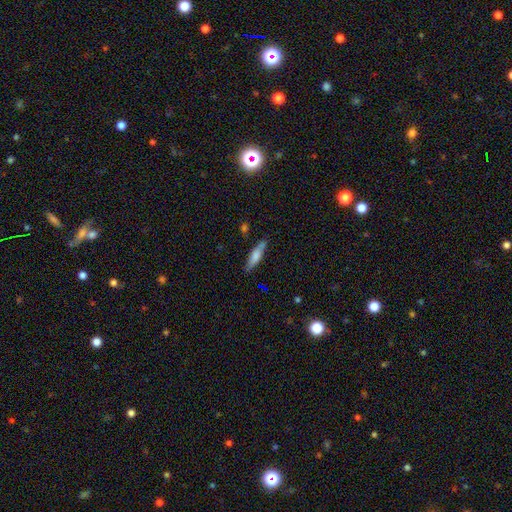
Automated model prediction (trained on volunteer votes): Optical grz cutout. It shows a smooth galaxy with no disk features (68%) that is cigar-shaped (75%). Merging: none (75%).